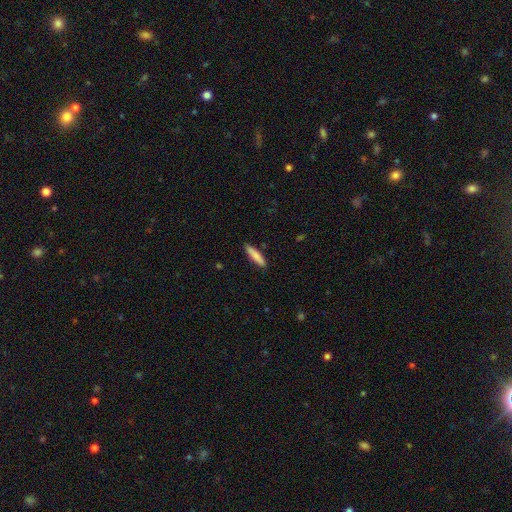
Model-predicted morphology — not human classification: Smooth or featured? Predicted: smooth (p=0.84). How rounded? Predicted: cigar-shaped (p=0.84). Merging? Predicted: none (p=0.89).